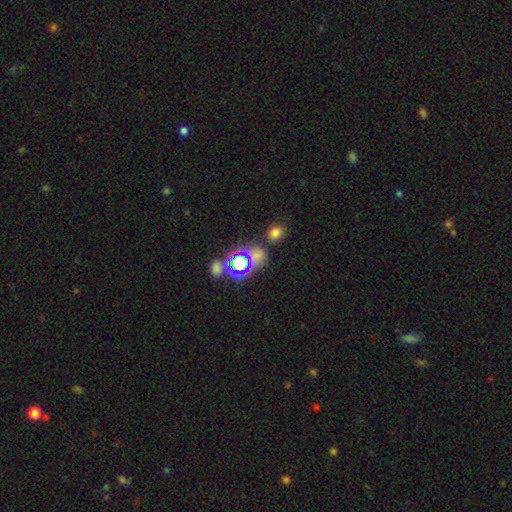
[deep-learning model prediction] Overall: star or artifact (49%; smooth 41%).